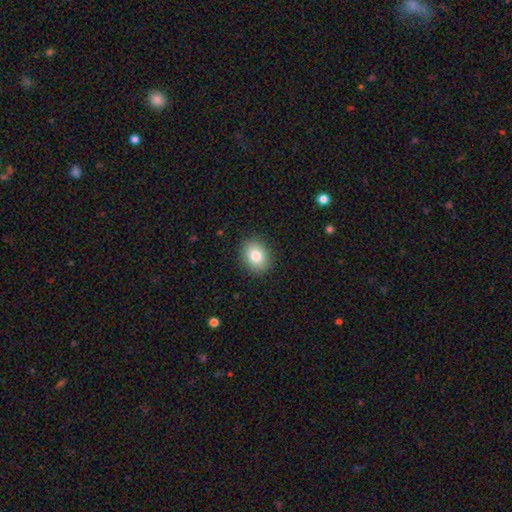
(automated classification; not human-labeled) Smooth or featured? Predicted: smooth (p=0.83). How rounded? Predicted: in between (p=0.57). Merging? Predicted: none (p=0.89).